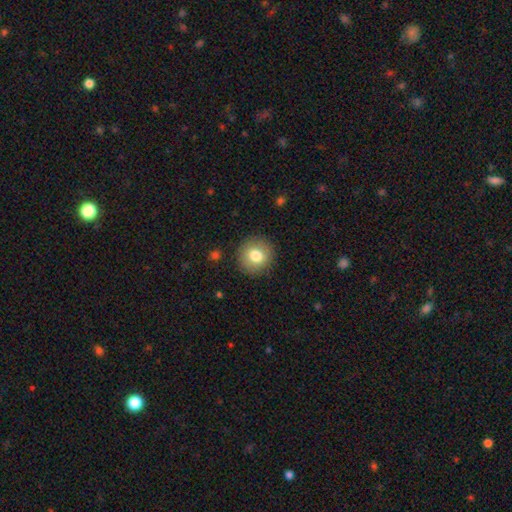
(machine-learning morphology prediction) type=smooth (79%); roundness=round (91%); merging=none (89%).